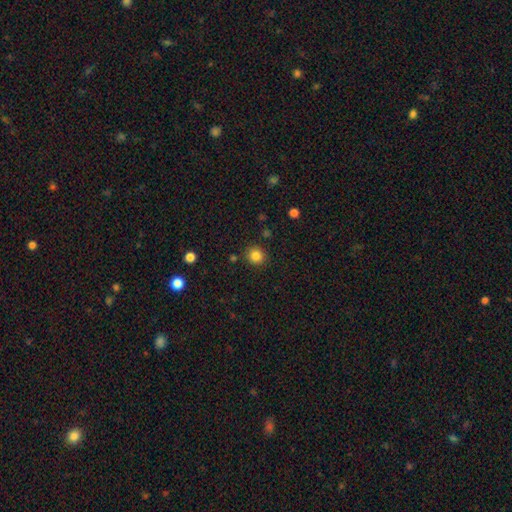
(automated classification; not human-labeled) smooth-or-featured: smooth: 84% | star or artifact: 12% | featured or disk: 5%
  how-rounded: round: 91% | in between: 8% | cigar-shaped: 1%
  merging: none: 89% | minor disturbance: 7% | merger: 2% | major disturbance: 2%